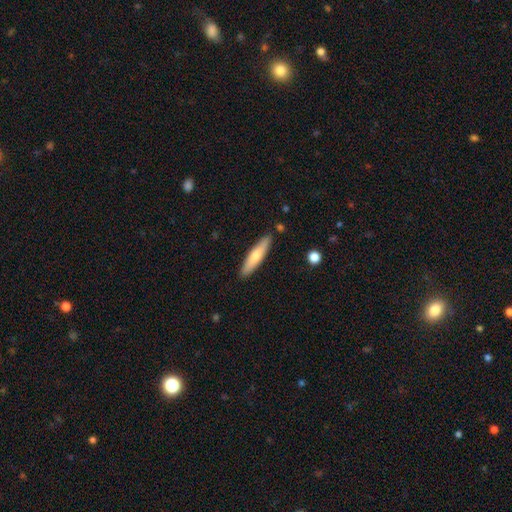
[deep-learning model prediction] smooth-or-featured: smooth: 67% | featured or disk: 28% | star or artifact: 5%
  how-rounded: cigar-shaped: 81% | in between: 18% | round: 1%
  merging: none: 88% | minor disturbance: 9% | merger: 2% | major disturbance: 2%